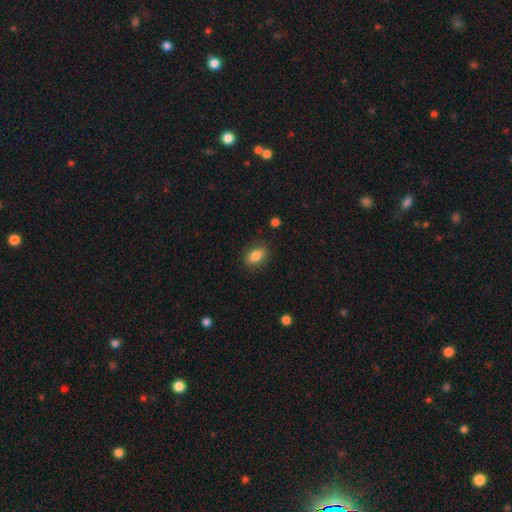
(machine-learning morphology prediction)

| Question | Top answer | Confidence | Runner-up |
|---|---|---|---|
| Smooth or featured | smooth | 84% | star or artifact (8%) |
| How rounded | in between | 82% | round (15%) |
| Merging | none | 85% | minor disturbance (11%) |